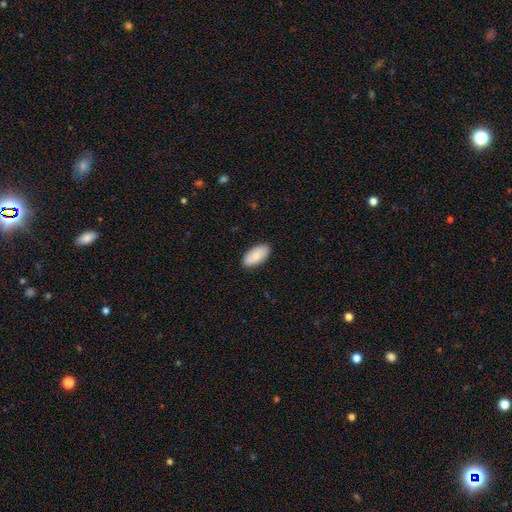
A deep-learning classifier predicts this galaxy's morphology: The model was most divided on "smooth or featured": smooth: 79%, featured or disk: 15%, star or artifact: 6%. More confident: how rounded — in between (94%); merging — none (87%).